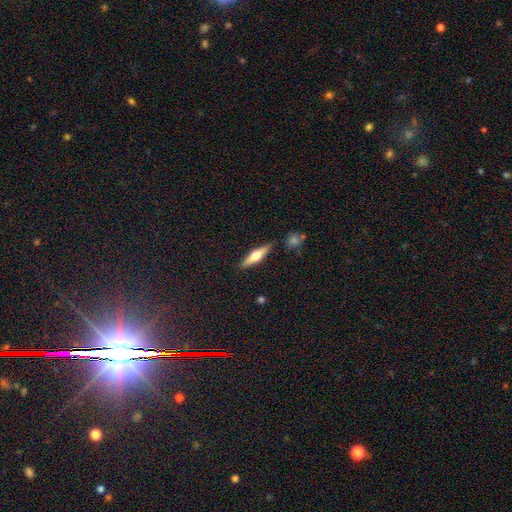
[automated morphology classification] Smooth or featured? Predicted: featured or disk (p=0.55). Edge-on disk? Predicted: yes (p=0.95). Edge-on bulge? Predicted: rounded (p=0.92). Merging? Predicted: none (p=0.87).